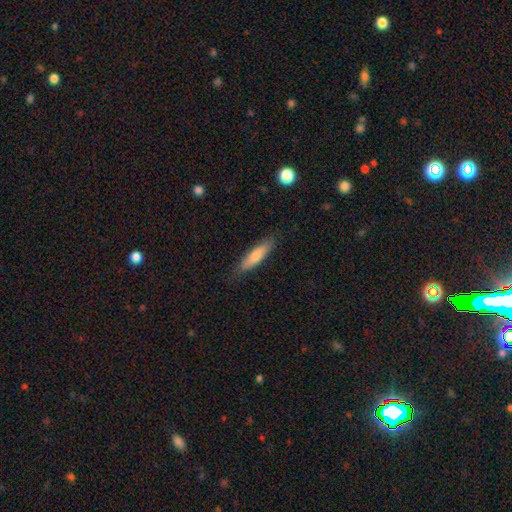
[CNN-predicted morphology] smooth_or_featured: smooth (p=0.71) [alt: featured or disk p=0.23]
how_rounded: cigar-shaped (p=0.71) [alt: in between p=0.27]
merging: none (p=0.84) [alt: minor disturbance p=0.12]